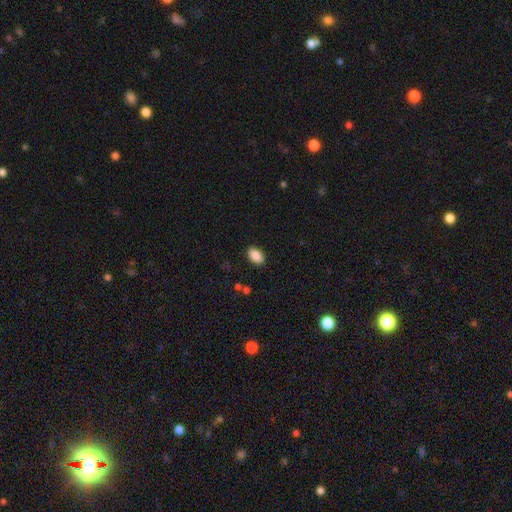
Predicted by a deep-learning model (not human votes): Smooth or featured? Predicted: smooth (p=0.88). How rounded? Predicted: in between (p=0.92). Merging? Predicted: none (p=0.89).